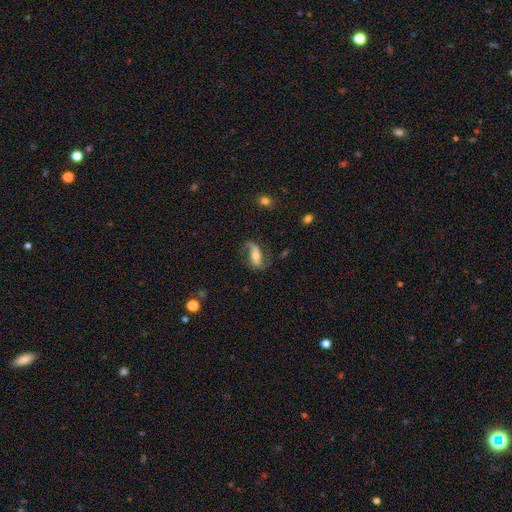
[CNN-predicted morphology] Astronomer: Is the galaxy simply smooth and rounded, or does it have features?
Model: featured or disk — 69%.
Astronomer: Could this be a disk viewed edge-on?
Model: no — 89%.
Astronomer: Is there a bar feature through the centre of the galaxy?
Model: no — 38% (runner-up: strong, 33%).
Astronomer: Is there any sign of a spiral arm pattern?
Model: yes — 88%.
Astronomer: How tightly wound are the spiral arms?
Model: loose — 61%.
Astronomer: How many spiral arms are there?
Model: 2 — 83%.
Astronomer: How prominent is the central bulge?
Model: moderate — 62%.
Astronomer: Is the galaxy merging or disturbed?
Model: none — 63%.